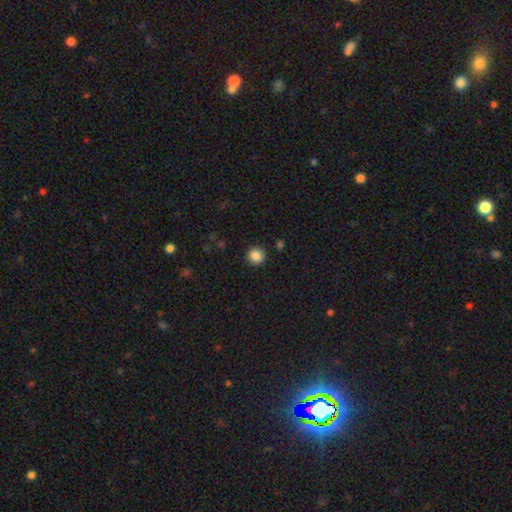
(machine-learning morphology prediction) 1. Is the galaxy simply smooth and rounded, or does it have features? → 86% smooth, 10% star or artifact, 4% featured or disk.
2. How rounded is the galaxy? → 94% round, 5% in between, 1% cigar-shaped.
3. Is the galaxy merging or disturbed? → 92% none, 5% minor disturbance, 2% major disturbance, 1% merger.